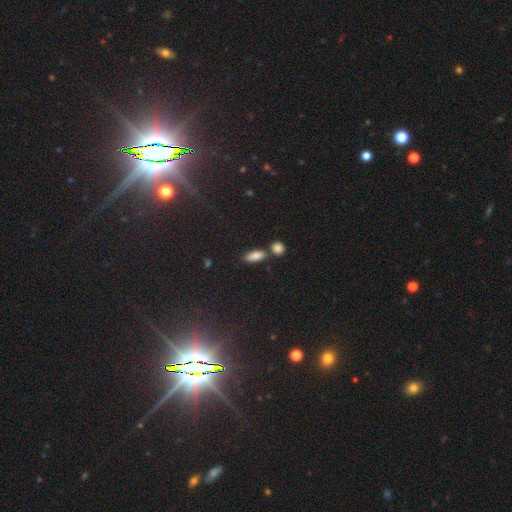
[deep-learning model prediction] smooth-or-featured: smooth: 83% | star or artifact: 10% | featured or disk: 7%
  how-rounded: in between: 73% | cigar-shaped: 21% | round: 6%
  merging: none: 65% | merger: 18% | minor disturbance: 13% | major disturbance: 4%